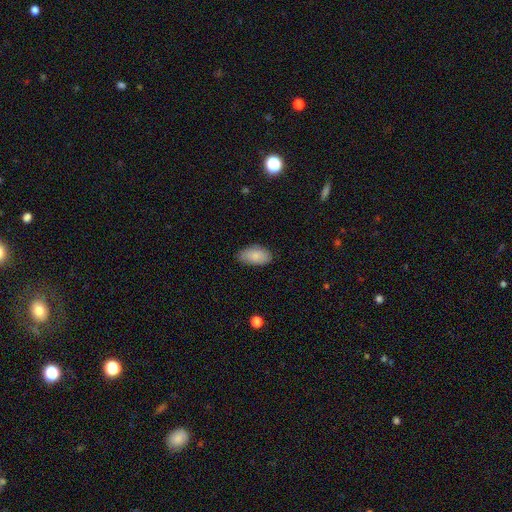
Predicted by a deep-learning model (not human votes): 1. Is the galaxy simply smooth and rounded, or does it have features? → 85% smooth, 8% featured or disk, 7% star or artifact.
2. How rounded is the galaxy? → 94% in between, 3% round, 3% cigar-shaped.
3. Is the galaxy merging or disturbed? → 82% none, 14% minor disturbance, 3% major disturbance, 1% merger.